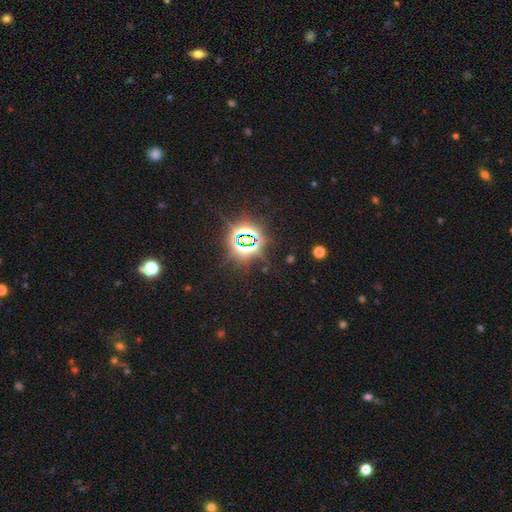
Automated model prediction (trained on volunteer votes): Smooth or featured? Predicted: star or artifact (p=0.81).